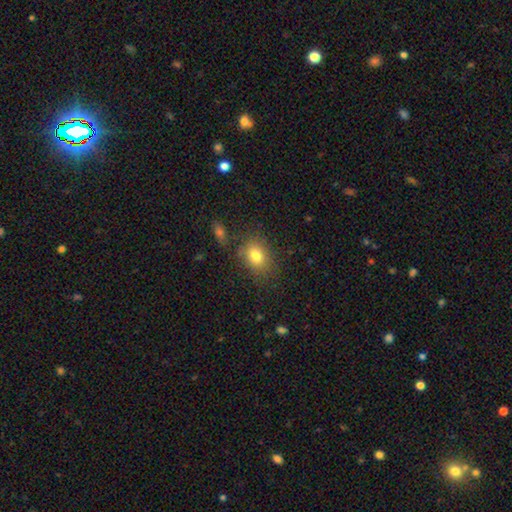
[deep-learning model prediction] Morphology: type=smooth (79%); roundness=in between (66%); merging=none (75%).